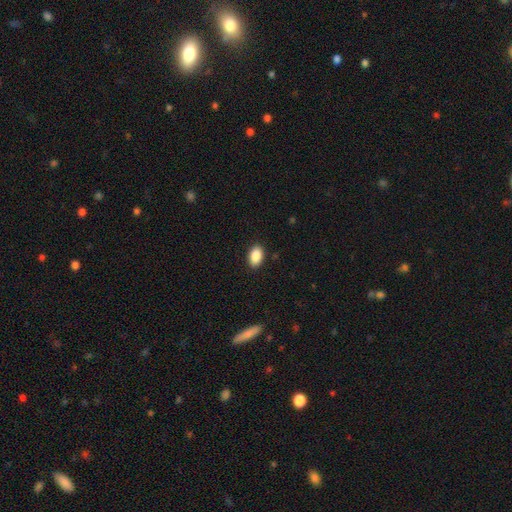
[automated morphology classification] A smooth galaxy with no disk features (89%) that is in between round and cigar-shaped (91%). Merging: none (89%).